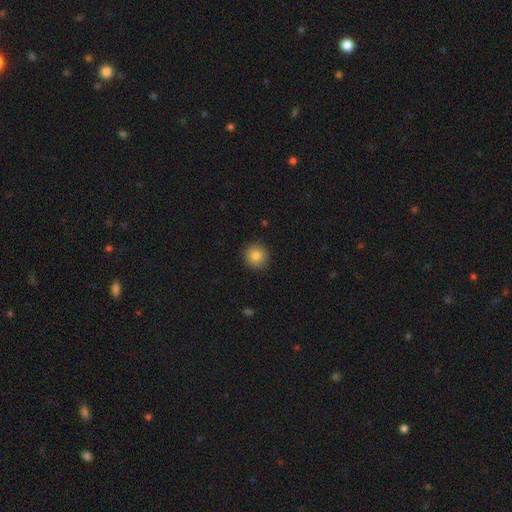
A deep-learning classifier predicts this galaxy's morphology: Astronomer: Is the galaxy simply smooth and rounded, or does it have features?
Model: smooth — 84%.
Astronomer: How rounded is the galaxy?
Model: round — 93%.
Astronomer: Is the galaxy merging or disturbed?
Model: none — 90%.